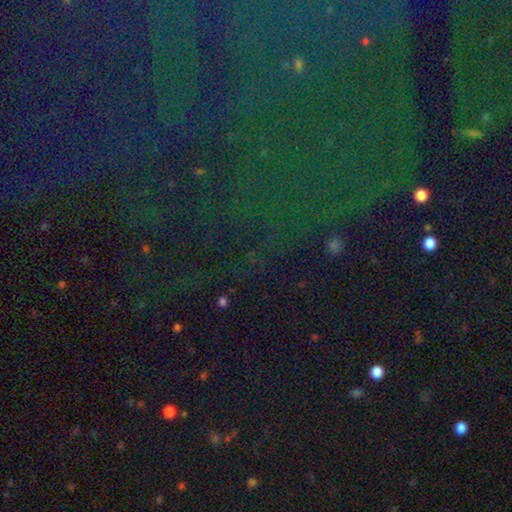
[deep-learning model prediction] A star or artifact, not a galaxy (82%).